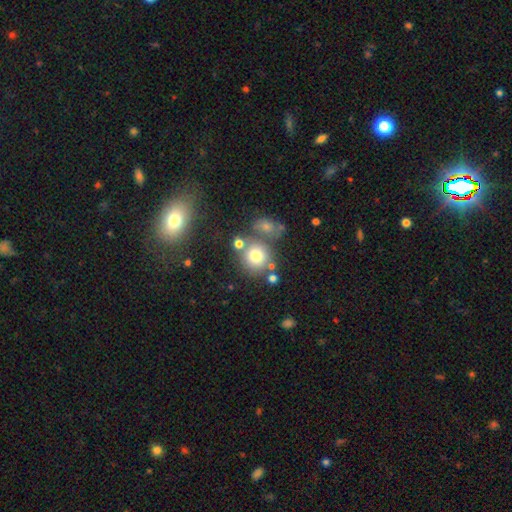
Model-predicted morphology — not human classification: The model was most divided on "merging": none: 63%, merger: 20%, minor disturbance: 12%, major disturbance: 6%. More confident: how rounded — round (88%); smooth or featured — smooth (73%).